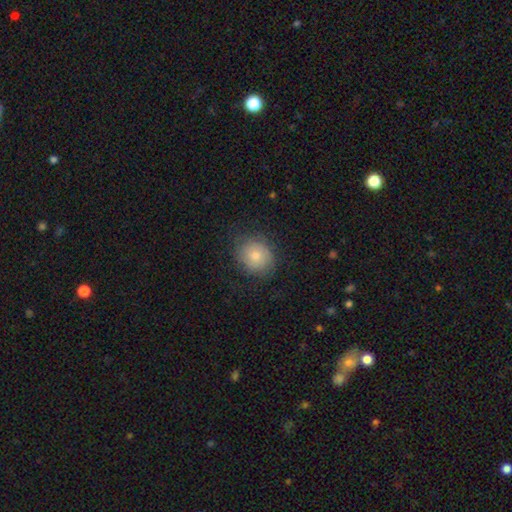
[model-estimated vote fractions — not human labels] smooth-or-featured: smooth: 72% | featured or disk: 20% | star or artifact: 8%
  how-rounded: round: 70% | in between: 29% | cigar-shaped: 1%
  merging: none: 72% | minor disturbance: 19% | major disturbance: 8% | merger: 1%